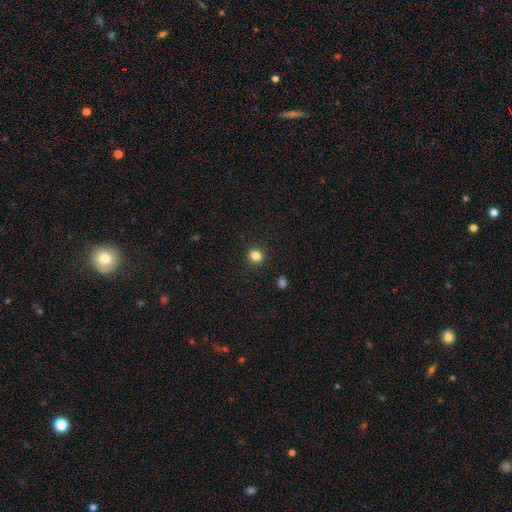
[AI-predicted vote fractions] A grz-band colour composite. It shows a smooth galaxy with no disk features (83%) that is round (83%). Merging: none (91%).